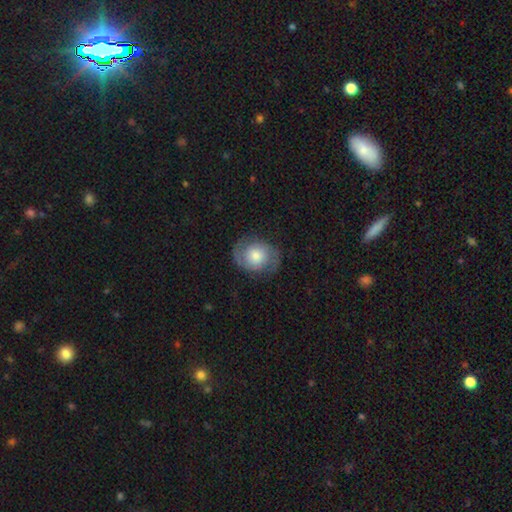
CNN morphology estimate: smooth_or_featured: featured or disk (p=0.65) [alt: smooth p=0.28]
disk_edge_on: no (p=0.97) [alt: yes p=0.03]
bar: no (p=0.75) [alt: weak p=0.21]
has_spiral_arms: yes (p=0.89) [alt: no p=0.11]
spiral_winding: medium (p=0.45) [alt: tight p=0.36]
spiral_arm_count: 2 (p=0.89) [alt: can't tell p=0.06]
bulge_size: moderate (p=0.51) [alt: small p=0.24]
merging: none (p=0.77) [alt: minor disturbance p=0.15]